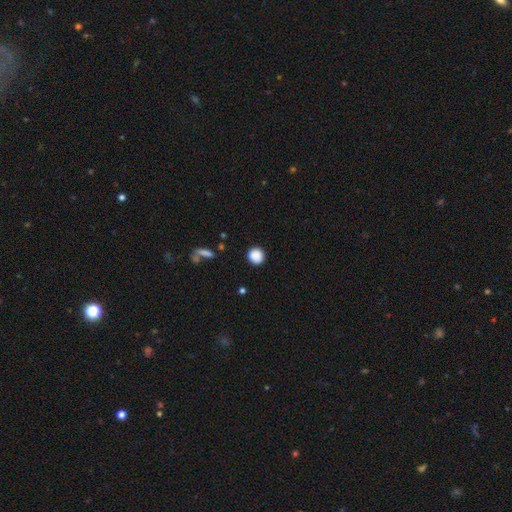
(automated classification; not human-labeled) Smooth or featured?
  - smooth: 88% *
  - star or artifact: 9%
  - featured or disk: 3%
How rounded?
  - round: 89% *
  - in between: 9%
  - cigar-shaped: 1%
Merging?
  - none: 87% *
  - minor disturbance: 8%
  - major disturbance: 3%
  - merger: 2%